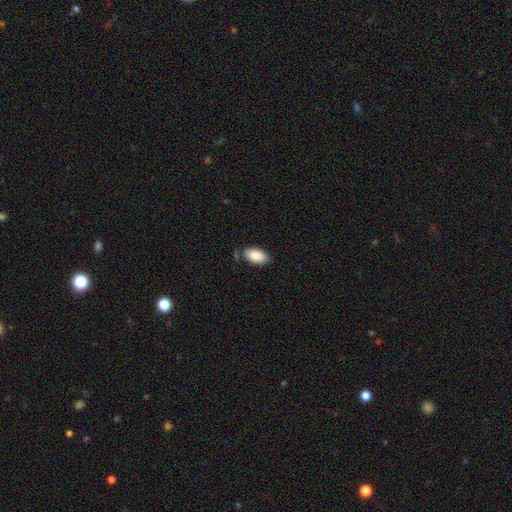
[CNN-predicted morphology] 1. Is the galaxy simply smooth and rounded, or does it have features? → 89% smooth, 6% star or artifact, 5% featured or disk.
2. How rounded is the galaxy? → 95% in between, 3% round, 2% cigar-shaped.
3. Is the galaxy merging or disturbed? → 78% none, 15% minor disturbance, 3% major disturbance, 3% merger.